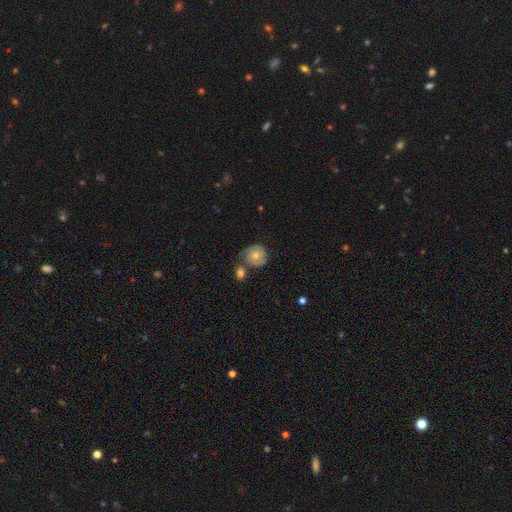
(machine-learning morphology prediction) Smooth or featured: smooth — 47% (featured or disk — 45%)
Merging: none — 51% (merger — 21%)